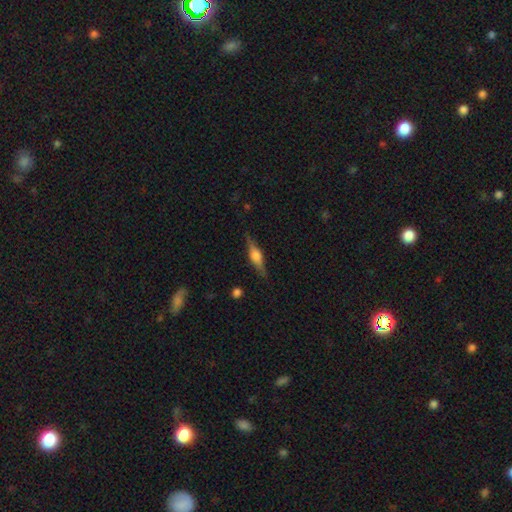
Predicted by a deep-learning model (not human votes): A featured or disk galaxy (65%) viewed edge-on (96%) with a rounded central bulge (79%). Merging: none (84%).